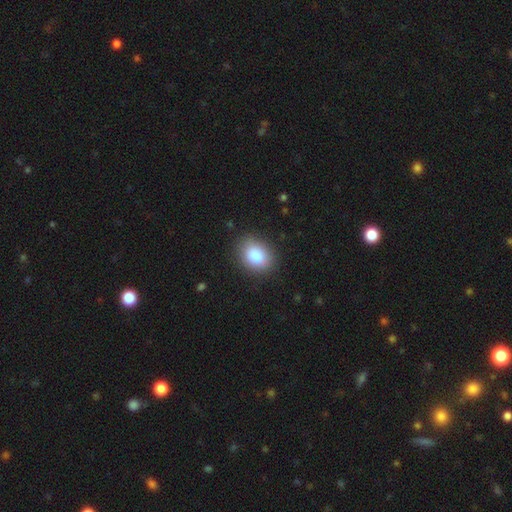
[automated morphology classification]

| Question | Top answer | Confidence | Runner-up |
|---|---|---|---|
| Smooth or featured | smooth | 86% | star or artifact (8%) |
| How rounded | in between | 65% | round (34%) |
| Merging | none | 85% | minor disturbance (10%) |